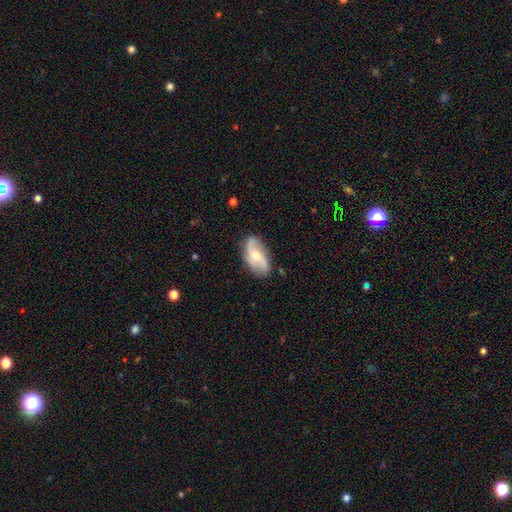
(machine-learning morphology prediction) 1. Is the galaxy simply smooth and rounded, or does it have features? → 69% featured or disk, 25% smooth, 6% star or artifact.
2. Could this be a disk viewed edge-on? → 94% no, 6% yes.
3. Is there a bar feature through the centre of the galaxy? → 57% no, 33% weak, 10% strong.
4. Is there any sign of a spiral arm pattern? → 90% yes, 10% no.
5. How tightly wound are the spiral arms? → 65% loose, 25% medium, 9% tight.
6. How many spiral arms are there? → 86% 2, 7% can't tell, 3% 3, 2% 1, 1% 4, 1% more than 4.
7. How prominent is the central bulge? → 58% moderate, 37% small, 3% large, 1% none, 1% dominant.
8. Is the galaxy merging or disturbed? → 78% none, 16% minor disturbance, 4% major disturbance, 1% merger.